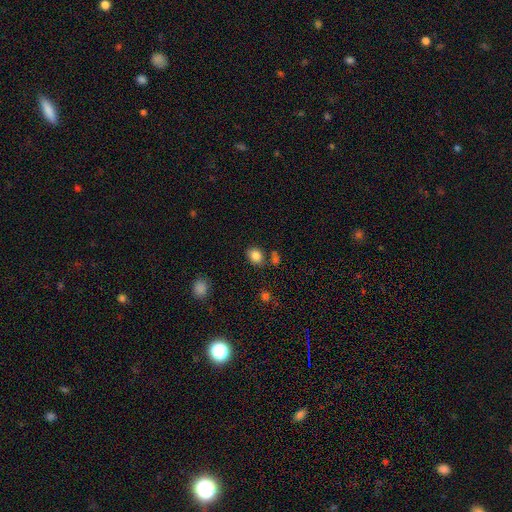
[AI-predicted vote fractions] smooth_or_featured: smooth (p=0.84) [alt: star or artifact p=0.10]
how_rounded: in between (p=0.57) [alt: round p=0.42]
merging: none (p=0.73) [alt: minor disturbance p=0.14]